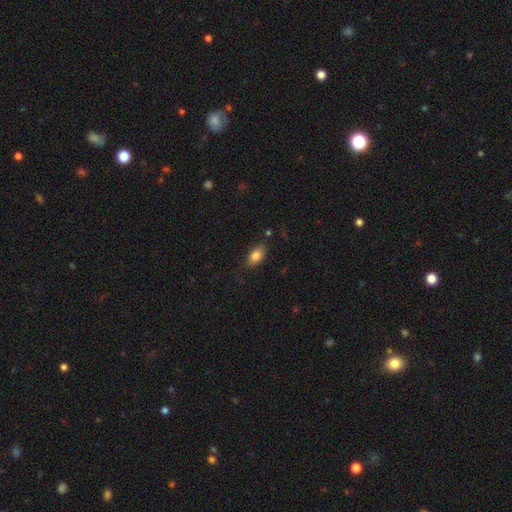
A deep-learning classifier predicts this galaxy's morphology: Q: Smooth or featured?
A: smooth (83%); runner-up: featured or disk (9%)
Q: How rounded?
A: in between (89%); runner-up: round (6%)
Q: Merging?
A: none (79%); runner-up: minor disturbance (15%)